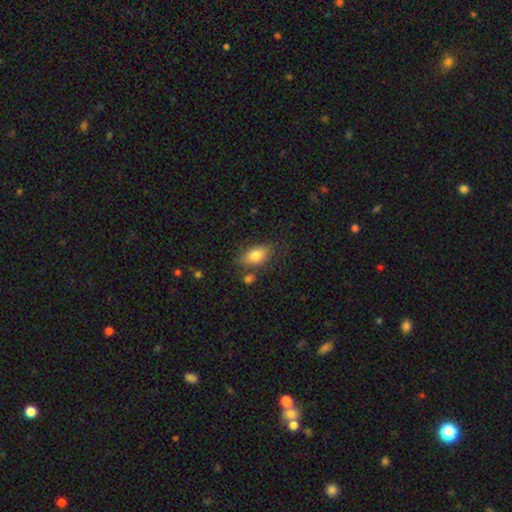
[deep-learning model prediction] smooth_or_featured: smooth (p=0.82) [alt: featured or disk p=0.10]
how_rounded: in between (p=0.89) [alt: round p=0.08]
merging: none (p=0.70) [alt: minor disturbance p=0.17]